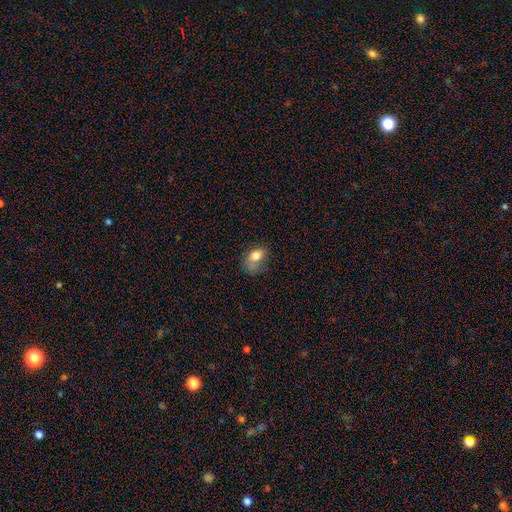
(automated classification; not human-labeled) Smooth or featured: smooth — 75% (featured or disk — 15%)
How rounded: in between — 75% (round — 23%)
Merging: none — 35% (minor disturbance — 32%)